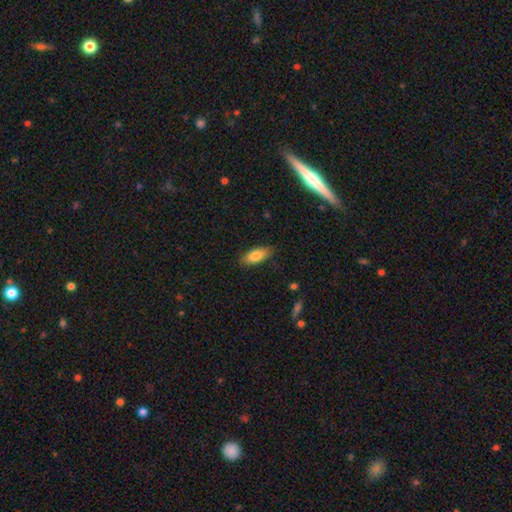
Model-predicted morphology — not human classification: type=smooth (81%); roundness=in between (81%); merging=none (84%).